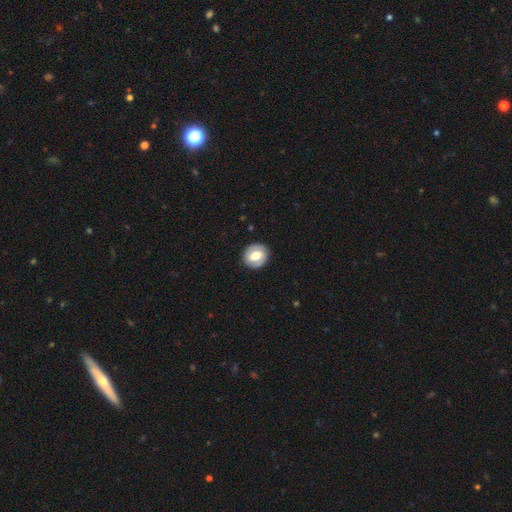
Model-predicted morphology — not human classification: Smooth or featured?
  - featured or disk: 47% *
  - smooth: 46%
  - star or artifact: 7%
Merging?
  - none: 86% *
  - minor disturbance: 10%
  - major disturbance: 3%
  - merger: 1%